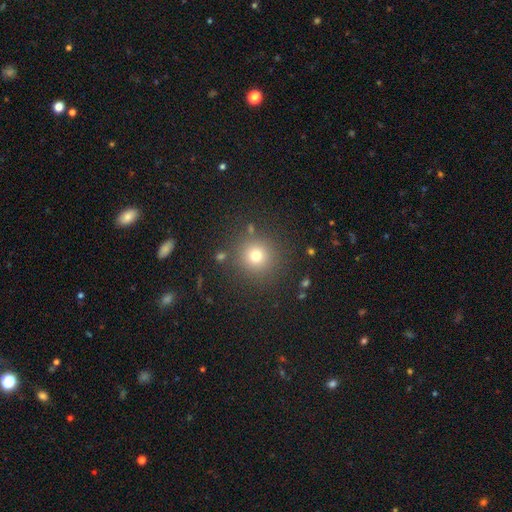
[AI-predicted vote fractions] smooth-or-featured: smooth: 73% | star or artifact: 17% | featured or disk: 10%
  how-rounded: round: 94% | in between: 5% | cigar-shaped: 1%
  merging: none: 86% | minor disturbance: 7% | major disturbance: 4% | merger: 3%